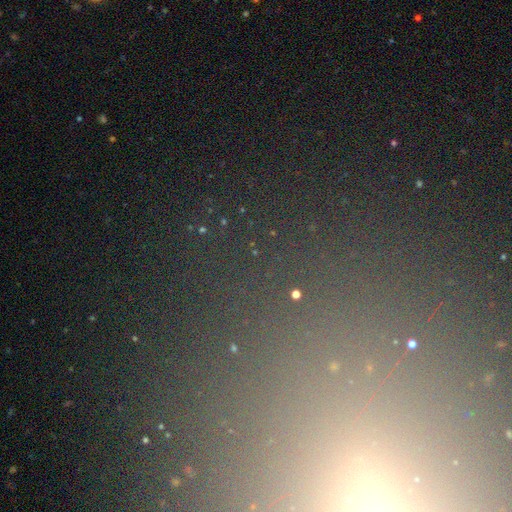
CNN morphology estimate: type=star or artifact (70%).